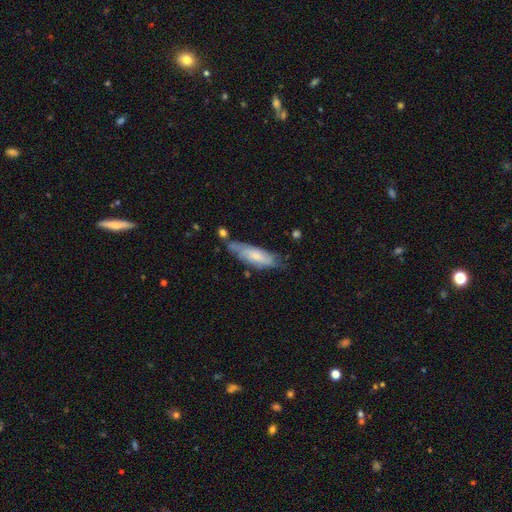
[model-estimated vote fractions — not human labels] Overall: smooth (53%; featured or disk 41%). How rounded: cigar-shaped (51%; in between 47%). Merging: none (58%; minor disturbance 27%).